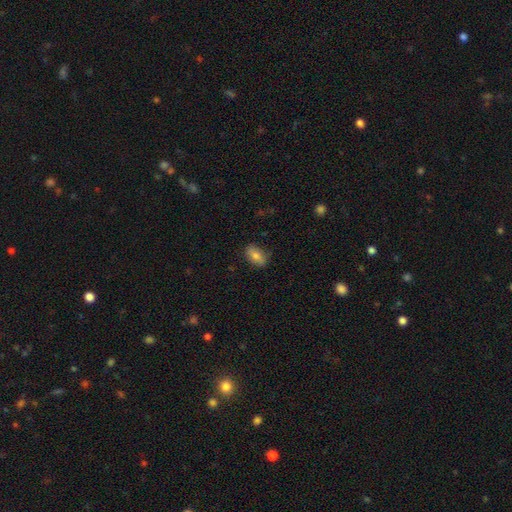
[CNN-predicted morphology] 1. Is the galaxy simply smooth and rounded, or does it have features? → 76% smooth, 16% featured or disk, 8% star or artifact.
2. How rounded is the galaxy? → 89% in between, 8% round, 3% cigar-shaped.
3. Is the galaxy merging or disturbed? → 80% none, 16% minor disturbance, 3% major disturbance, 1% merger.